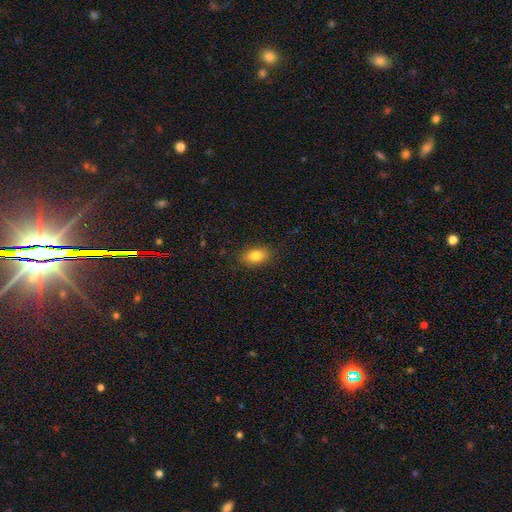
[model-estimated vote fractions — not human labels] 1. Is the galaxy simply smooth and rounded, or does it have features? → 82% smooth, 9% featured or disk, 9% star or artifact.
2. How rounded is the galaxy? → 87% in between, 10% round, 3% cigar-shaped.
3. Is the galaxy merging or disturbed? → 87% none, 10% minor disturbance, 3% major disturbance, 1% merger.